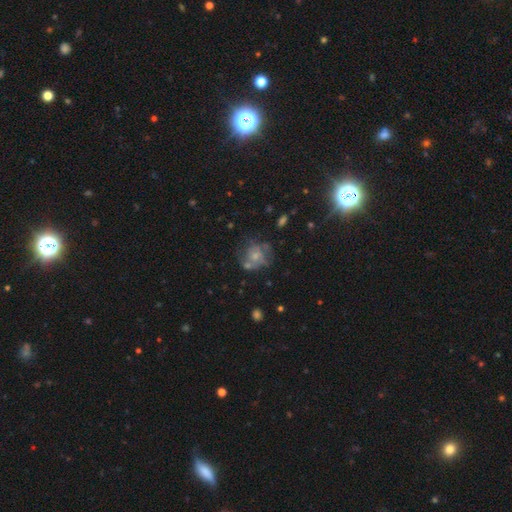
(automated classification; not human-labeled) Overall: featured or disk (45%; smooth 44%). Merging: none (44%; minor disturbance 23%).